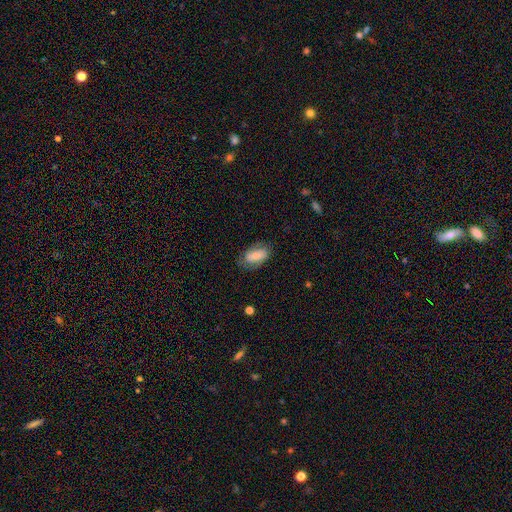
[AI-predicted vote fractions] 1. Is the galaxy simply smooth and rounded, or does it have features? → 64% smooth, 29% featured or disk, 7% star or artifact.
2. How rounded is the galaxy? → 91% in between, 6% round, 3% cigar-shaped.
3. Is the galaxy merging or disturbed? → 70% none, 21% minor disturbance, 8% major disturbance, 1% merger.